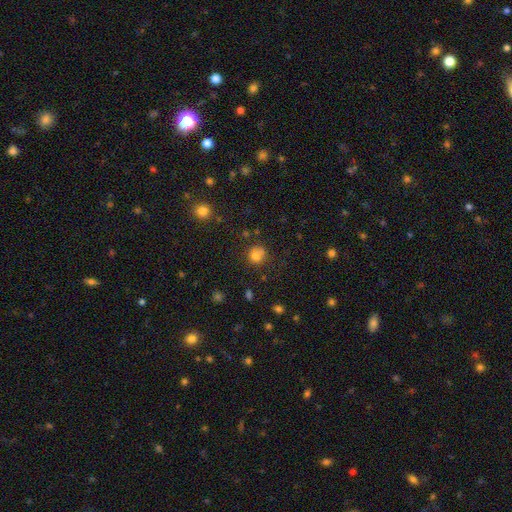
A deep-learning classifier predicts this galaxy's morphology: Overall: smooth (73%). How rounded: round (83%). Merging: none (54%; merger 25%).